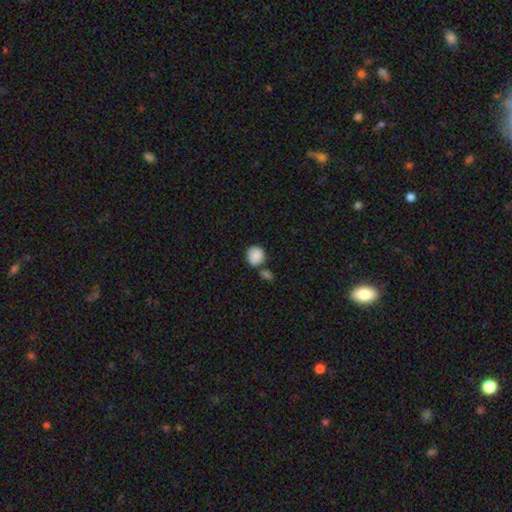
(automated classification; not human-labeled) smooth 88%, star or artifact 7%, featured or disk 4%. Down the decision tree: how rounded — round (82%); merging — none (65%).